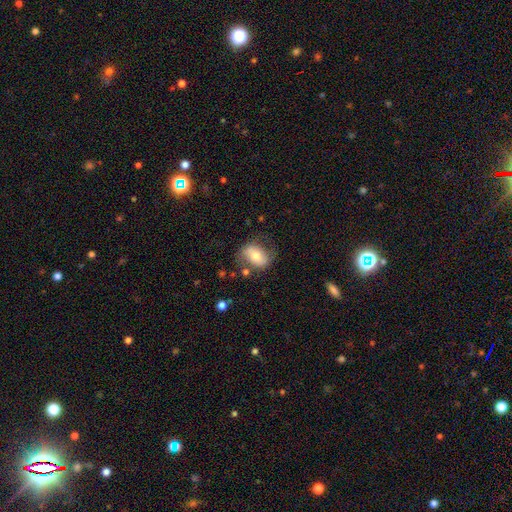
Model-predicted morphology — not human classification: A smooth galaxy with no disk features (58%) that is in between round and cigar-shaped (75%).

Vote fractions:
- Smooth or featured? smooth: 58% / featured or disk: 34% / star or artifact: 8%
- How rounded? in between: 75% / round: 24% / cigar-shaped: 1%
- Merging? none: 63% / minor disturbance: 22% / major disturbance: 10% / merger: 4%